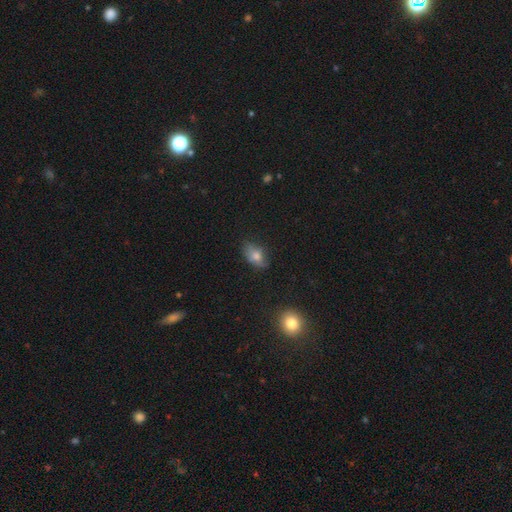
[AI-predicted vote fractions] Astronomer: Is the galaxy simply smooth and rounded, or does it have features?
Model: smooth — 72%.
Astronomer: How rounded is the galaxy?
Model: in between — 84%.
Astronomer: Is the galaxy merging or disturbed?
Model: none — 71%.